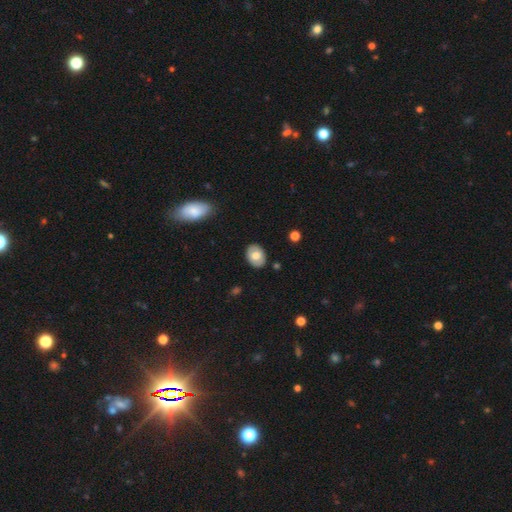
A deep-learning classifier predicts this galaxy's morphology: Smooth or featured? Predicted: smooth (p=0.69). How rounded? Predicted: in between (p=0.75). Merging? Predicted: none (p=0.87).